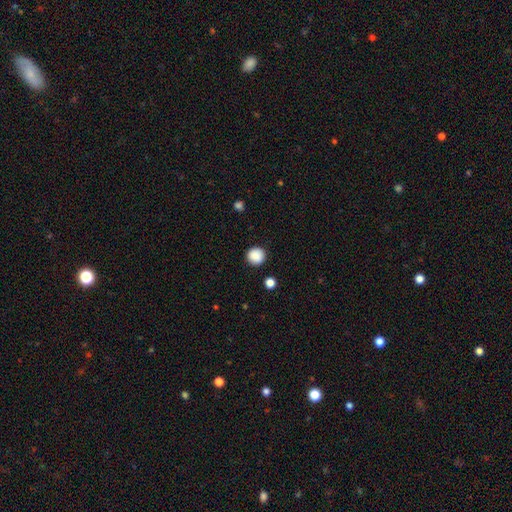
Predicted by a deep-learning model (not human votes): smooth_or_featured: smooth (p=0.88) [alt: star or artifact p=0.09]
how_rounded: round (p=0.93) [alt: in between p=0.06]
merging: none (p=0.90) [alt: minor disturbance p=0.06]